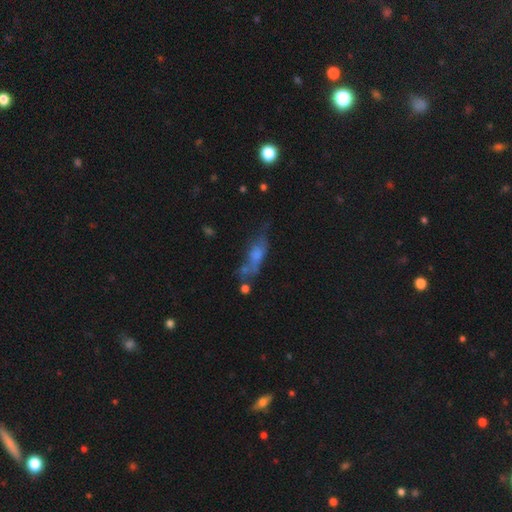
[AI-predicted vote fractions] Smooth or featured? Predicted: smooth (p=0.51). How rounded? Predicted: in between (p=0.48). Merging? Predicted: none (p=0.40).